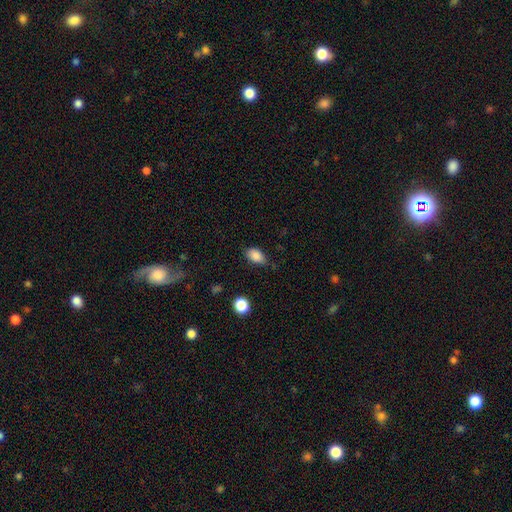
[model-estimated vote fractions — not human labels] smooth_or_featured: smooth (p=0.86) [alt: star or artifact p=0.09]
how_rounded: in between (p=0.88) [alt: round p=0.10]
merging: none (p=0.73) [alt: minor disturbance p=0.21]